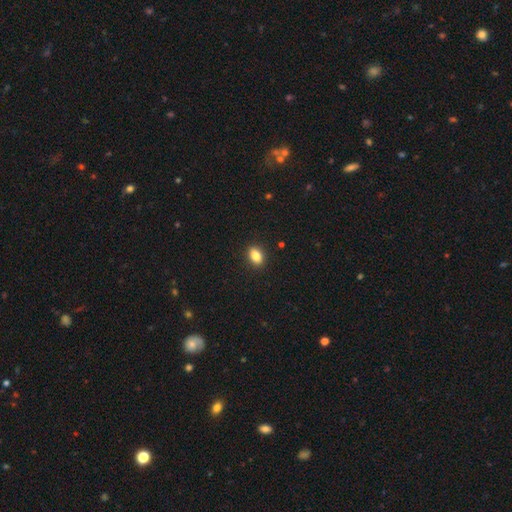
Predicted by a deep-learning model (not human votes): A smooth galaxy with no disk features (85%) that is in between round and cigar-shaped (83%).

Vote fractions:
- Smooth or featured? smooth: 85% / star or artifact: 9% / featured or disk: 6%
- How rounded? in between: 83% / round: 15% / cigar-shaped: 2%
- Merging? none: 90% / minor disturbance: 7% / major disturbance: 2% / merger: 1%